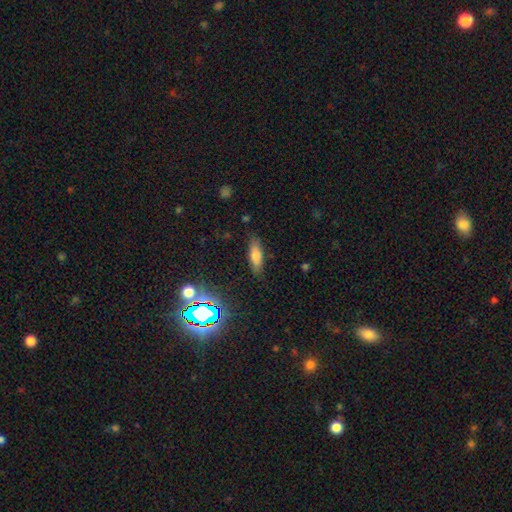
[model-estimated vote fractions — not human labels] This appears to be a smooth galaxy with no disk features (71%) that is in between round and cigar-shaped (54%). Merging: none (83%).